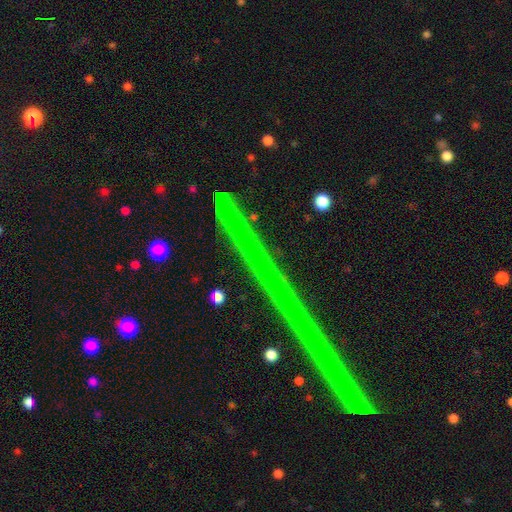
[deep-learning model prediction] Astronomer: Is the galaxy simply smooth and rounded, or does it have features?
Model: star or artifact — 62%.